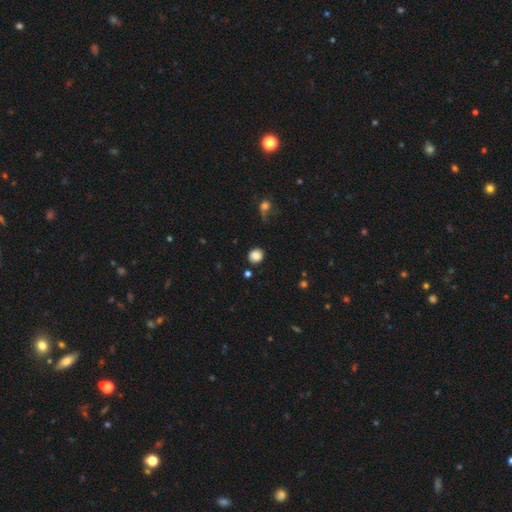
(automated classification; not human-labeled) Smooth or featured?
  - smooth: 85% *
  - star or artifact: 10%
  - featured or disk: 5%
How rounded?
  - round: 87% *
  - in between: 12%
  - cigar-shaped: 1%
Merging?
  - none: 86% *
  - minor disturbance: 8%
  - major disturbance: 3%
  - merger: 3%